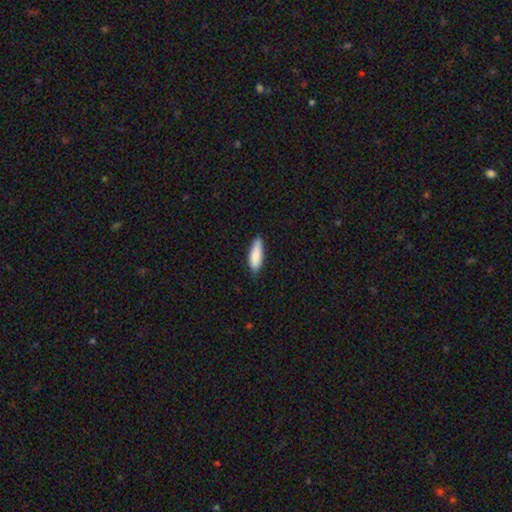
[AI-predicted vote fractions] Smooth or featured?
  - smooth: 87% *
  - featured or disk: 7%
  - star or artifact: 6%
How rounded?
  - in between: 50% *
  - cigar-shaped: 49%
  - round: 2%
Merging?
  - none: 80% *
  - minor disturbance: 17%
  - major disturbance: 2%
  - merger: 1%